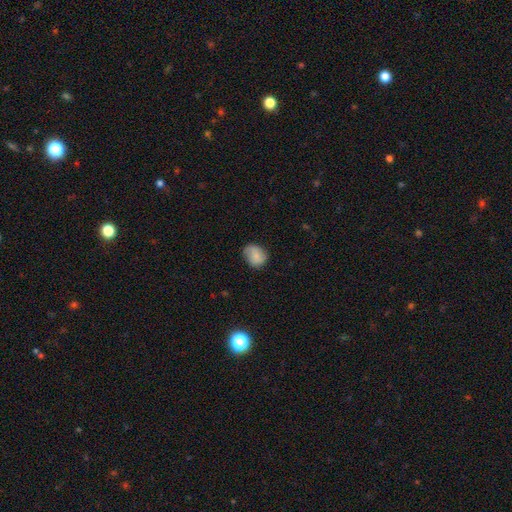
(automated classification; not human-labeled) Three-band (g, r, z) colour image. It shows a smooth galaxy with no disk features (71%) that is round (55%). Merging: none (65%).